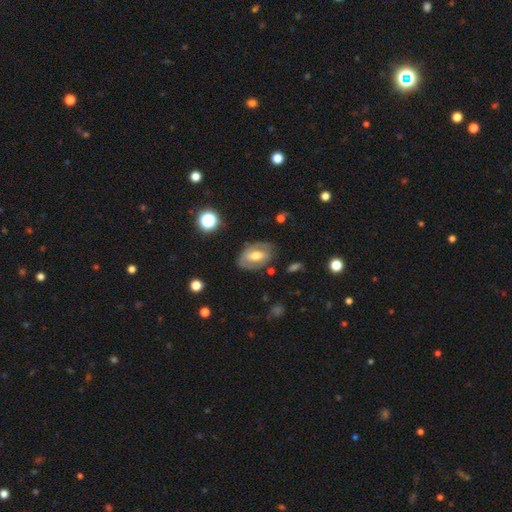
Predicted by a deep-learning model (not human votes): Overall: featured or disk (54%; smooth 39%). Edge-on disk: no (91%). Merging: none (71%).